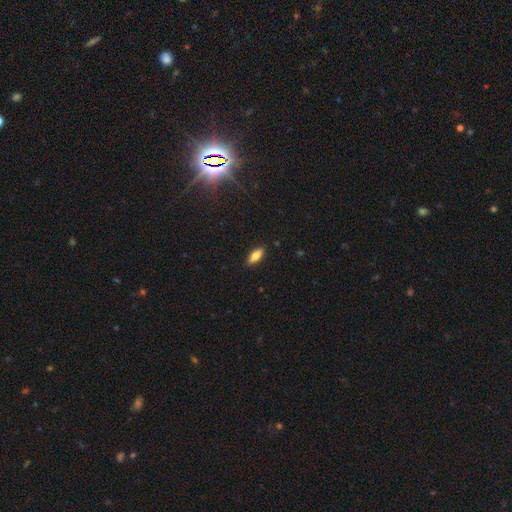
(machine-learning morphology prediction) A smooth galaxy with no disk features (75%) that is in between round and cigar-shaped (74%).

Vote fractions:
- Smooth or featured? smooth: 75% / featured or disk: 17% / star or artifact: 8%
- How rounded? in between: 74% / cigar-shaped: 23% / round: 2%
- Merging? none: 88% / minor disturbance: 9% / major disturbance: 2% / merger: 1%